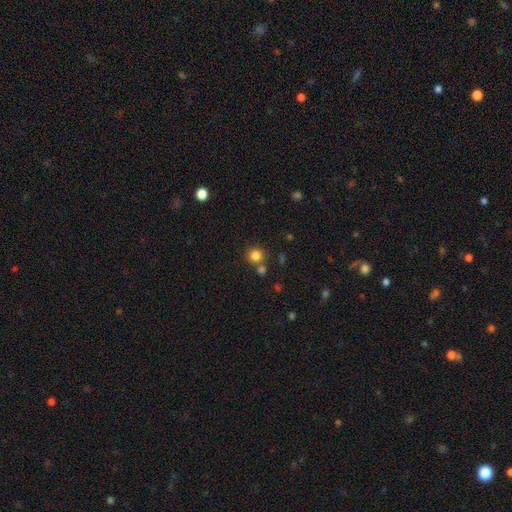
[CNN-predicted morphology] smooth_or_featured: smooth (p=0.82) [alt: star or artifact p=0.12]
how_rounded: round (p=0.91) [alt: in between p=0.08]
merging: none (p=0.72) [alt: merger p=0.17]